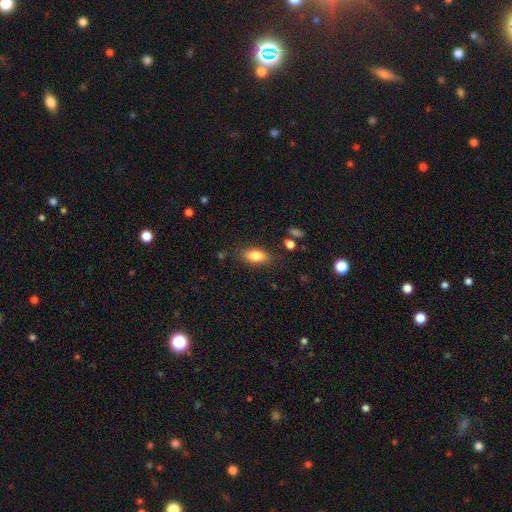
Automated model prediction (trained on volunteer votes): Smooth or featured: smooth — 82% (featured or disk — 10%)
How rounded: in between — 86% (cigar-shaped — 9%)
Merging: none — 81% (minor disturbance — 13%)